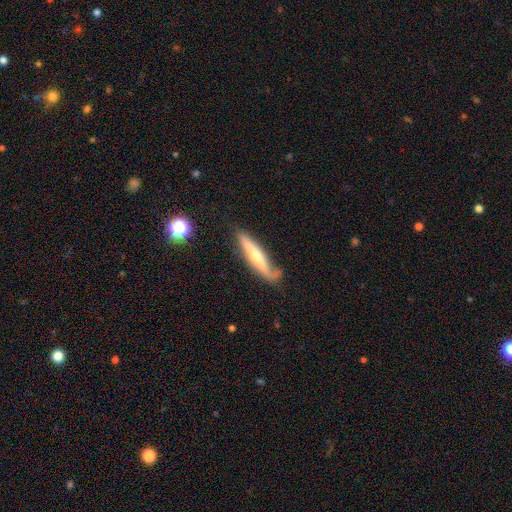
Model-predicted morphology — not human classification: Smooth or featured? featured or disk (56%)
Edge-on disk? yes (79%)
Merging? none (59%)